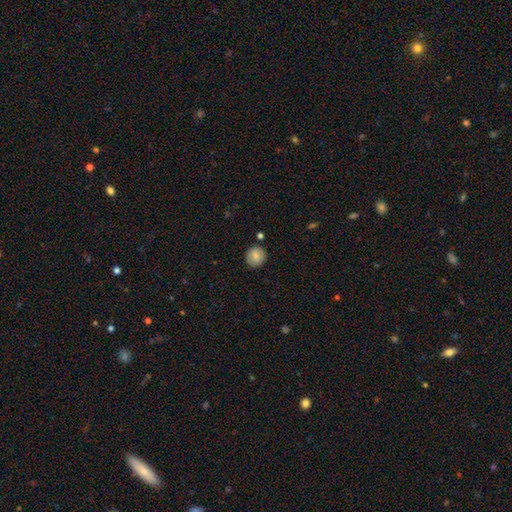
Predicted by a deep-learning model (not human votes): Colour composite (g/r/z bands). It shows a smooth galaxy with no disk features (82%) that is round (89%). Merging: none (84%).